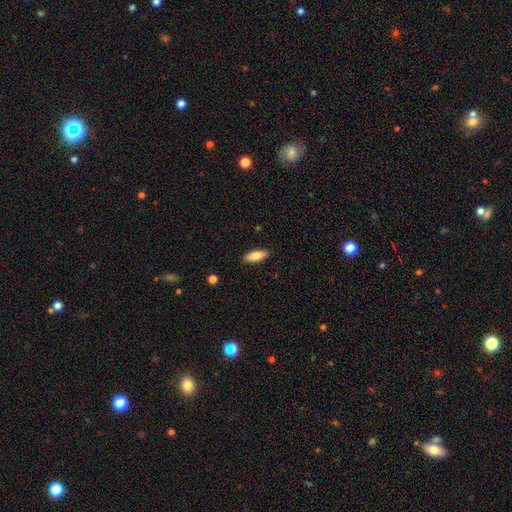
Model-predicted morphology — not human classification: Overall: smooth (83%). How rounded: in between (76%). Merging: none (87%).